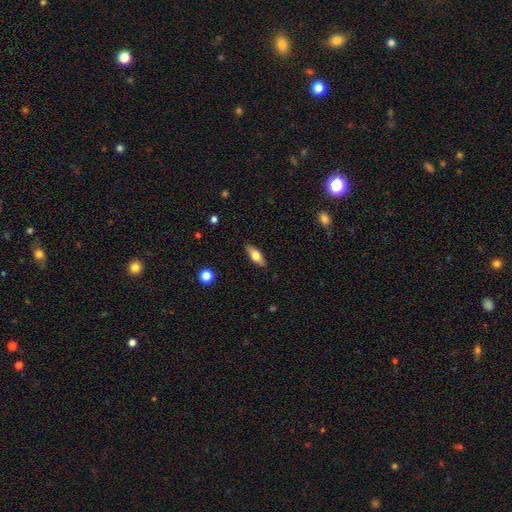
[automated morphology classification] Smooth or featured? smooth (66%)
How rounded? in between (74%)
Merging? none (87%)